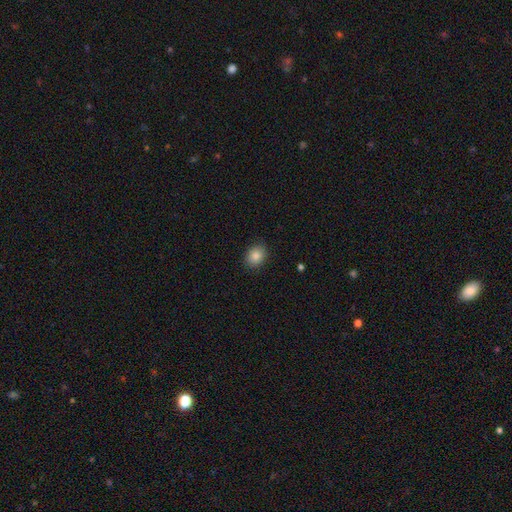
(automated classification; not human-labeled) Smooth or featured?
  - smooth: 85% *
  - star or artifact: 10%
  - featured or disk: 5%
How rounded?
  - round: 56% *
  - in between: 43%
  - cigar-shaped: 1%
Merging?
  - none: 88% *
  - minor disturbance: 8%
  - major disturbance: 2%
  - merger: 1%